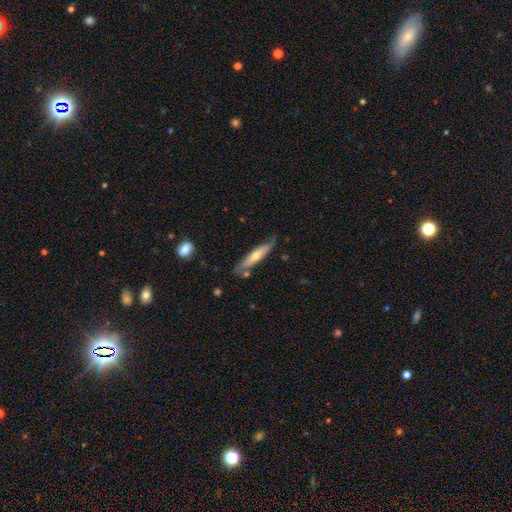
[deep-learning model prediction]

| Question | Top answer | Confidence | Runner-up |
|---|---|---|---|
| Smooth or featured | smooth | 54% | featured or disk (40%) |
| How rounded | cigar-shaped | 80% | in between (18%) |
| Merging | none | 71% | minor disturbance (20%) |